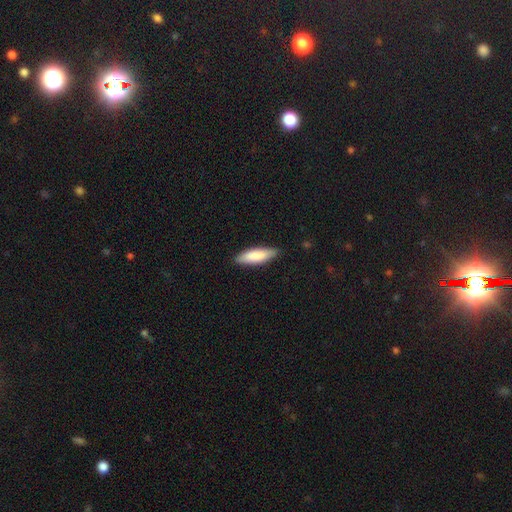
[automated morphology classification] The model was most divided on "how rounded": cigar-shaped: 51%, in between: 47%, round: 1%. More confident: merging — none (85%); smooth or featured — smooth (84%).